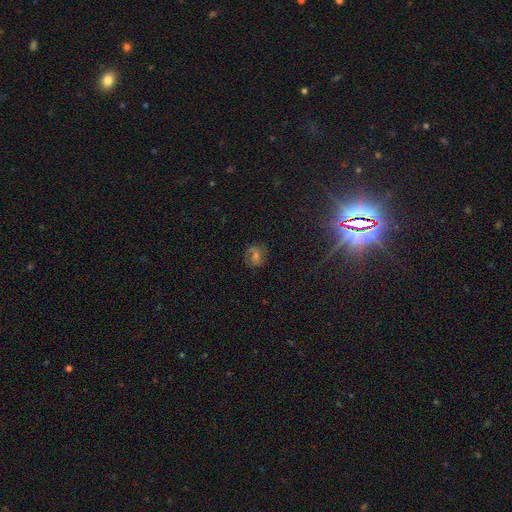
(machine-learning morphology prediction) smooth_or_featured: featured or disk (p=0.39) [alt: star or artifact p=0.32]
merging: none (p=0.80) [alt: minor disturbance p=0.13]